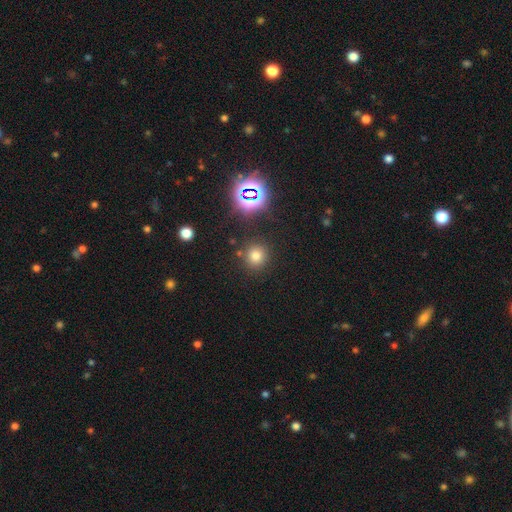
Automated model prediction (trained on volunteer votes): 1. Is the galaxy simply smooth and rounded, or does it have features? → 70% smooth, 23% star or artifact, 7% featured or disk.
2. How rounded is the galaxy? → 91% round, 8% in between, 1% cigar-shaped.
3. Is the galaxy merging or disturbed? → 85% none, 8% minor disturbance, 4% merger, 3% major disturbance.